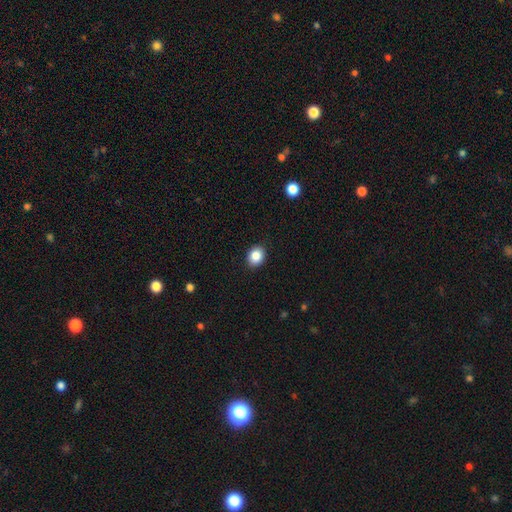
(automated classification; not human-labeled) Q: Smooth or featured?
A: smooth (87%); runner-up: star or artifact (9%)
Q: How rounded?
A: round (51%); runner-up: in between (48%)
Q: Merging?
A: none (90%); runner-up: minor disturbance (7%)